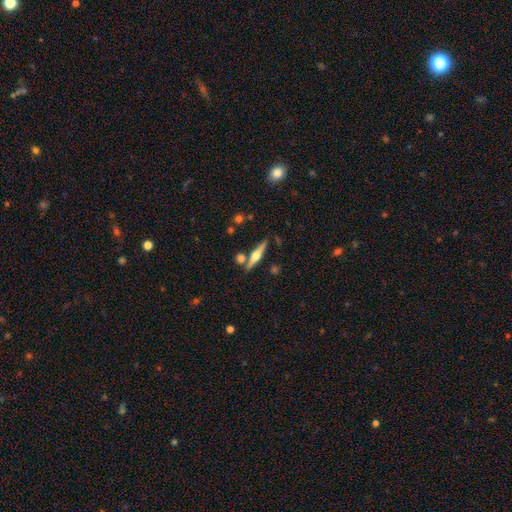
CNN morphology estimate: Smooth or featured? Predicted: featured or disk (p=0.73). Edge-on disk? Predicted: yes (p=0.97). Edge-on bulge? Predicted: rounded (p=0.95). Merging? Predicted: none (p=0.80).